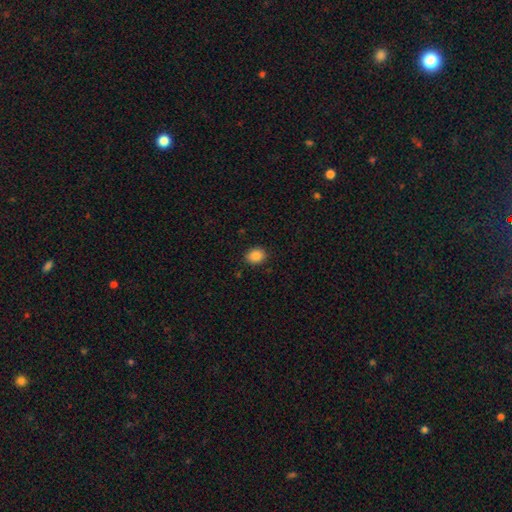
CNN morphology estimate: smooth 87%, star or artifact 9%, featured or disk 4%. Down the decision tree: how rounded — round (54%); merging — none (88%).